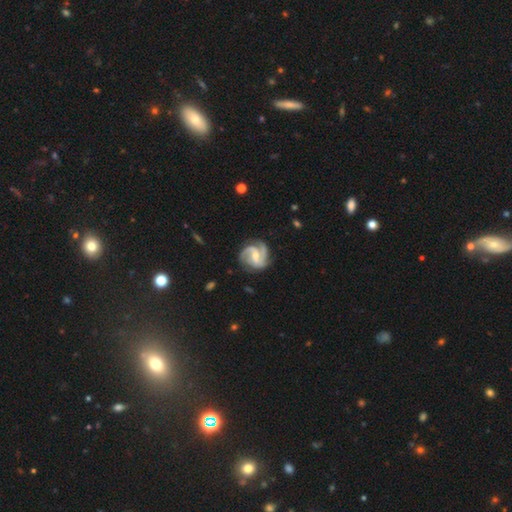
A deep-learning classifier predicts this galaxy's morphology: Smooth or featured? featured or disk (91%)
Edge-on disk? no (98%)
Bar? weak (47%)
Spiral arms? yes (98%)
Spiral winding? medium (54%)
Spiral arm count? 2 (47%)
Bulge size? small (48%, tied with moderate)
Merging? none (76%)